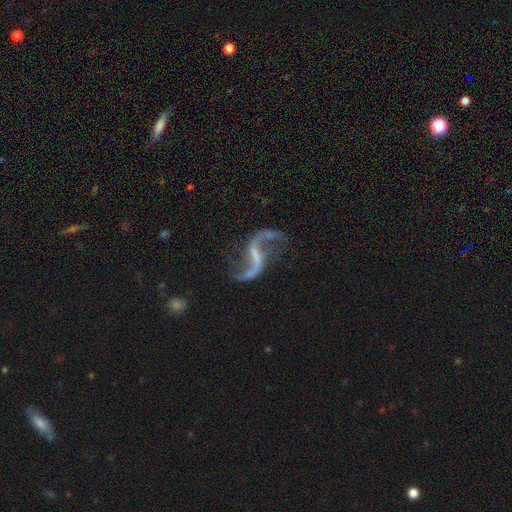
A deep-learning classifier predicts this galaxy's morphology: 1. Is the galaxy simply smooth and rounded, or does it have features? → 91% featured or disk, 5% star or artifact, 3% smooth.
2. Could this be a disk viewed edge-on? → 97% no, 3% yes.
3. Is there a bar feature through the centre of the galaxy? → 42% weak, 33% strong, 25% no.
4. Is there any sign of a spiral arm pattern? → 96% yes, 4% no.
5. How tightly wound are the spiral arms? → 91% loose, 7% medium, 2% tight.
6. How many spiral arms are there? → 94% 2, 2% 1, 1% can't tell, 1% 3, 1% 4, 1% more than 4.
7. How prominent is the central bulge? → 58% none, 31% small, 8% moderate, 2% large, 1% dominant.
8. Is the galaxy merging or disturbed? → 70% none, 14% minor disturbance, 11% major disturbance, 4% merger.